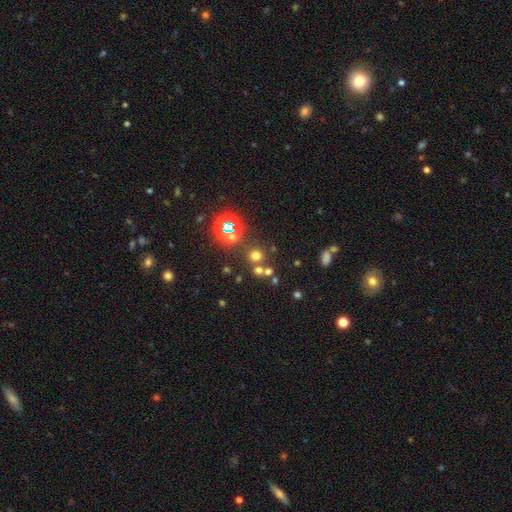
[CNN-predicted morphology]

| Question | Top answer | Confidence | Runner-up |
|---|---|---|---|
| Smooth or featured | smooth | 59% | star or artifact (33%) |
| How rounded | round | 90% | in between (9%) |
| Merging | none | 69% | merger (20%) |